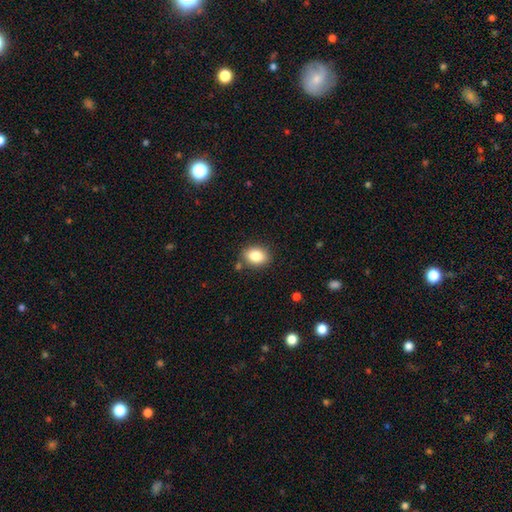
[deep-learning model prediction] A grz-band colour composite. It shows a smooth galaxy with no disk features (84%) that is in between round and cigar-shaped (72%). Merging: none (83%).